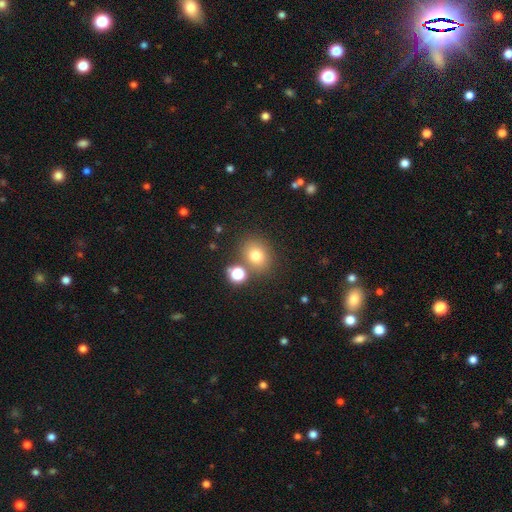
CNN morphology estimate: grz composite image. It shows a smooth galaxy with no disk features (76%) that is round (67%). Merging: none (73%).